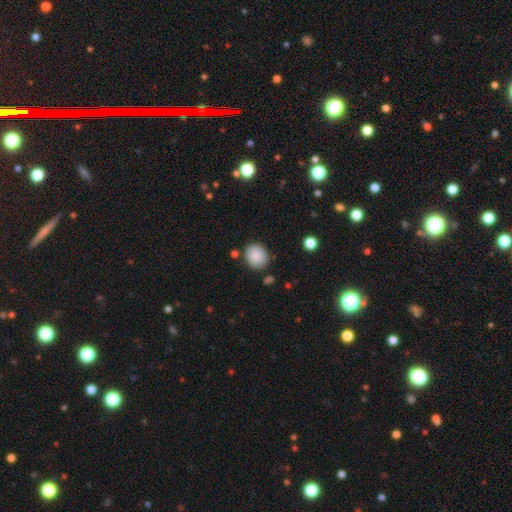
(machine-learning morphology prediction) Smooth or featured: smooth — 88% (star or artifact — 8%)
How rounded: round — 74% (in between — 25%)
Merging: none — 83% (minor disturbance — 11%)